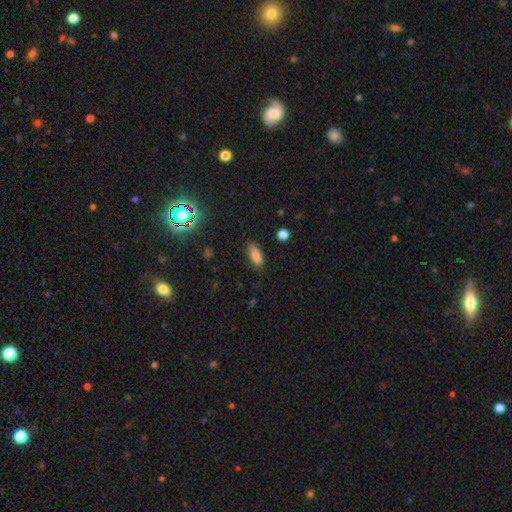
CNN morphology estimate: Q: Smooth or featured?
A: smooth (80%); runner-up: star or artifact (12%)
Q: How rounded?
A: in between (80%); runner-up: cigar-shaped (17%)
Q: Merging?
A: none (82%); runner-up: minor disturbance (13%)